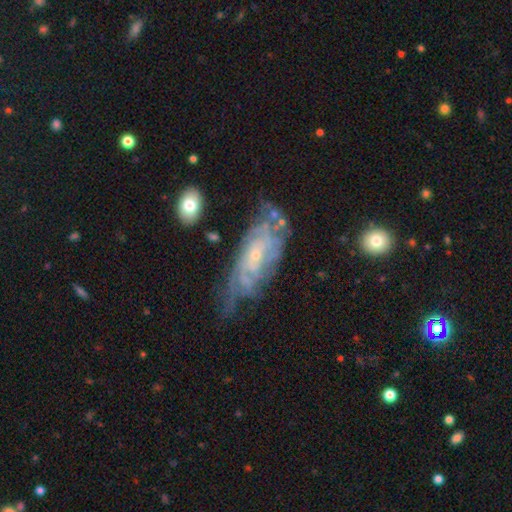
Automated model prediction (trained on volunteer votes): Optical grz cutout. It shows a featured or disk galaxy (81%) with no bar (66%), tight (67%) spiral arms (89%) and a small central bulge (76%). Merging: none (56%).